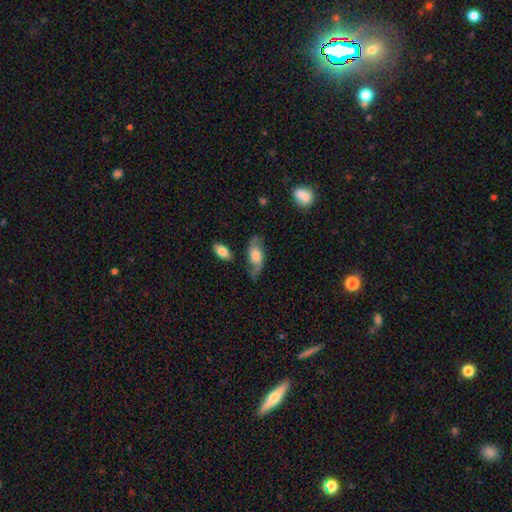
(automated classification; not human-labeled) smooth-or-featured: featured or disk: 57% | smooth: 36% | star or artifact: 7%
  disk-edge-on: no: 86% | yes: 14%
  merging: none: 64% | minor disturbance: 23% | major disturbance: 10% | merger: 4%